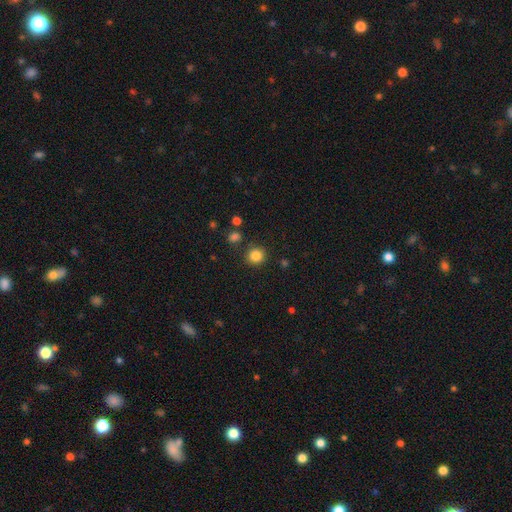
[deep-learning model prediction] Morphology: type=smooth (85%); roundness=round (90%); merging=none (87%).